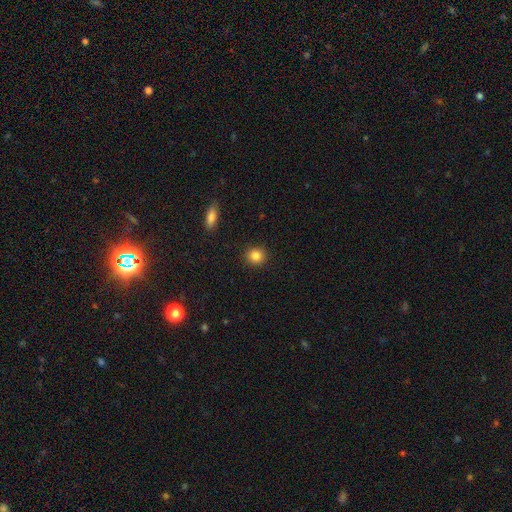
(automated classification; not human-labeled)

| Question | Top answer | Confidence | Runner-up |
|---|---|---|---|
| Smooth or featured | smooth | 86% | star or artifact (10%) |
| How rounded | round | 86% | in between (13%) |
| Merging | none | 91% | minor disturbance (6%) |